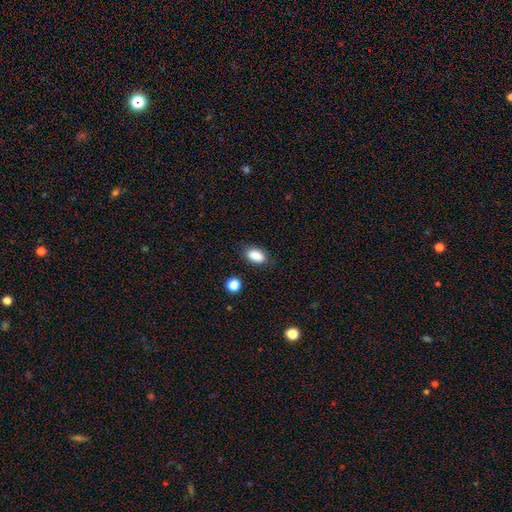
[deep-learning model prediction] Morphology: type=smooth (88%); roundness=in between (89%); merging=none (83%).